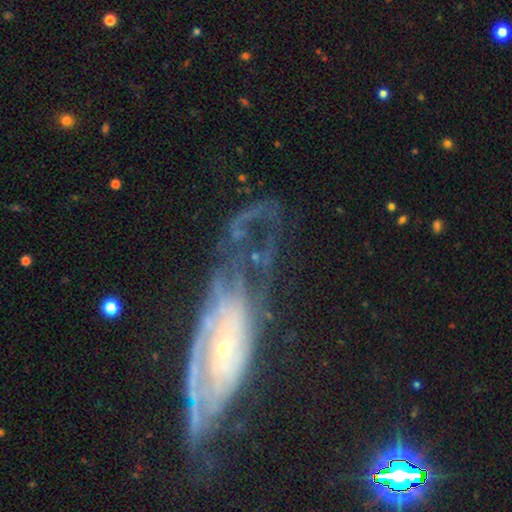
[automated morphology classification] Smooth or featured: featured or disk — 65% (star or artifact — 21%)
Edge-on disk: no — 90% (yes — 10%)
Bar: no — 66% (weak — 22%)
Spiral arms: yes — 71% (no — 29%)
Bulge size: small — 59% (moderate — 25%)
Merging: none — 47% (major disturbance — 30%)